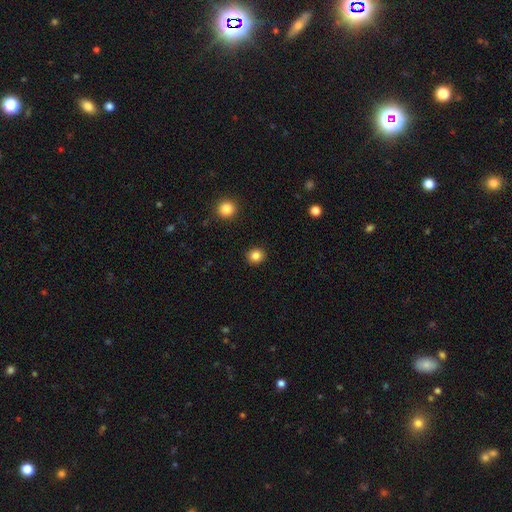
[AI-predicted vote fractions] Smooth or featured: smooth — 85% (star or artifact — 11%)
How rounded: round — 86% (in between — 14%)
Merging: none — 91% (minor disturbance — 6%)